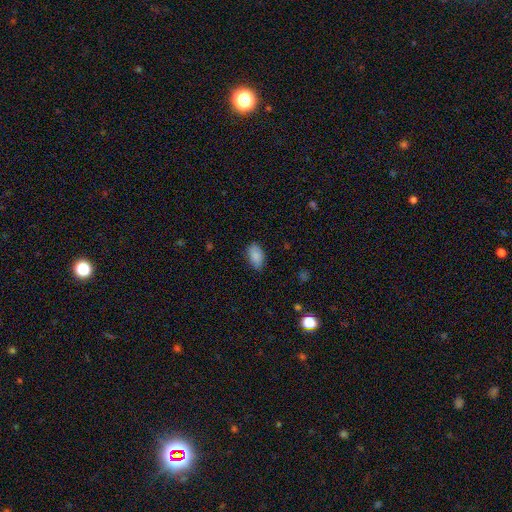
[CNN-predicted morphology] Smooth or featured? Predicted: smooth (p=0.87). How rounded? Predicted: in between (p=0.92). Merging? Predicted: none (p=0.73).